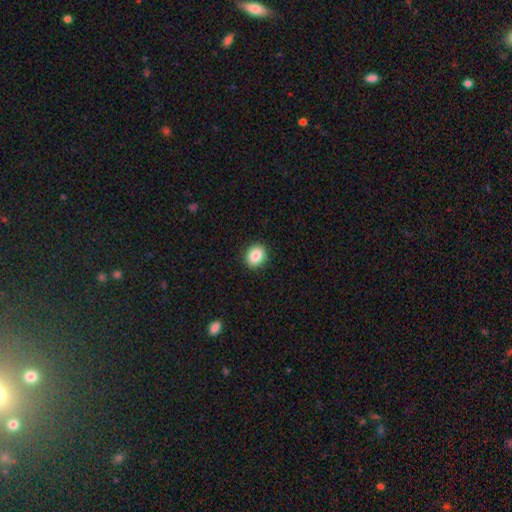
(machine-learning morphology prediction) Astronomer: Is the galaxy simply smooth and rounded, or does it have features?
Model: smooth — 86%.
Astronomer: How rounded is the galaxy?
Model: round — 63%.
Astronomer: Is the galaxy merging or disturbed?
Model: none — 91%.